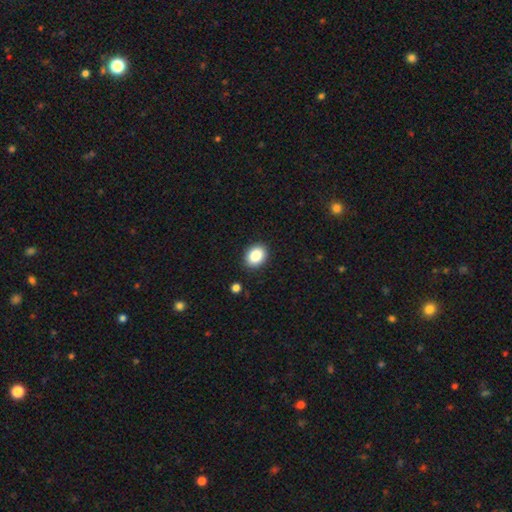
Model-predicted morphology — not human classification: Overall: smooth (87%). How rounded: in between (61%; round 38%). Merging: none (89%).